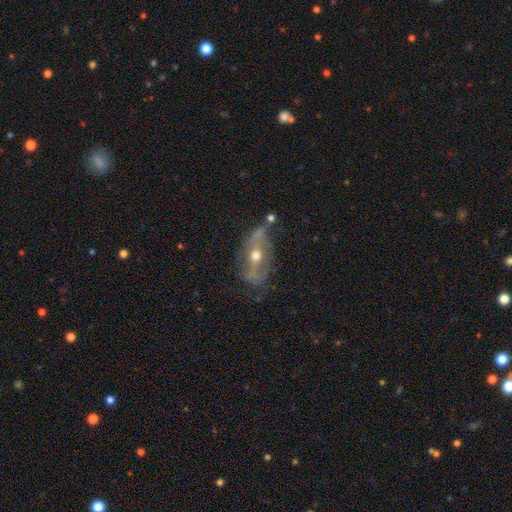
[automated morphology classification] Smooth or featured? Predicted: featured or disk (p=0.74). Edge-on disk? Predicted: no (p=0.78). Bar? Predicted: no (p=0.41). Spiral arms? Predicted: yes (p=0.59). Bulge size? Predicted: moderate (p=0.68). Merging? Predicted: none (p=0.50).